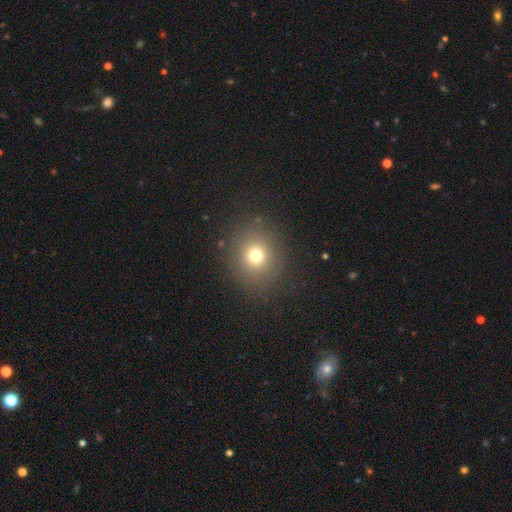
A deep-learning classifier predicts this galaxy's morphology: Q: Smooth or featured?
A: smooth (72%); runner-up: star or artifact (18%)
Q: How rounded?
A: round (84%); runner-up: in between (15%)
Q: Merging?
A: none (87%); runner-up: minor disturbance (8%)